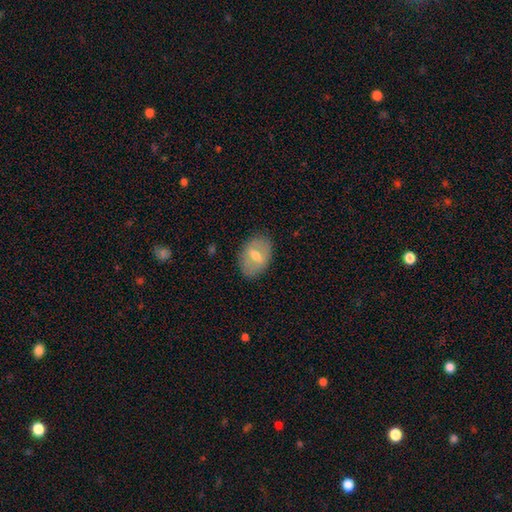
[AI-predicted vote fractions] Smooth or featured? Predicted: smooth (p=0.50). Merging? Predicted: none (p=0.83).